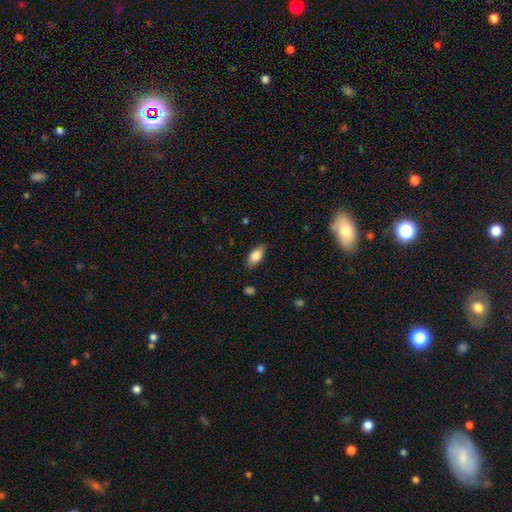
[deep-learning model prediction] This is clearly a smooth galaxy (84%). How rounded: clearly in between (90%). Merging: clearly none (84%).